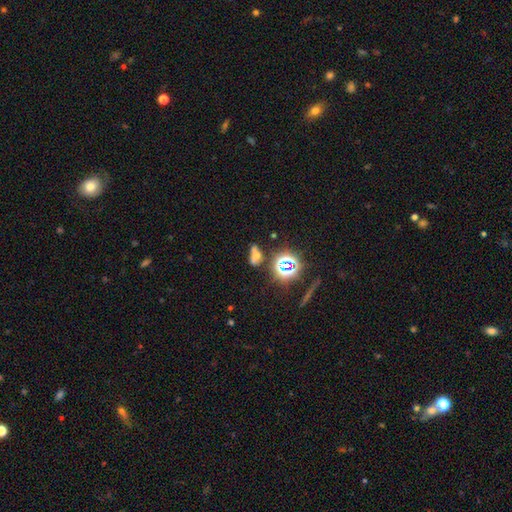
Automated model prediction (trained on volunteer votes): Q: Smooth or featured?
A: smooth (47%); runner-up: star or artifact (35%)
Q: Merging?
A: none (40%); runner-up: merger (29%)